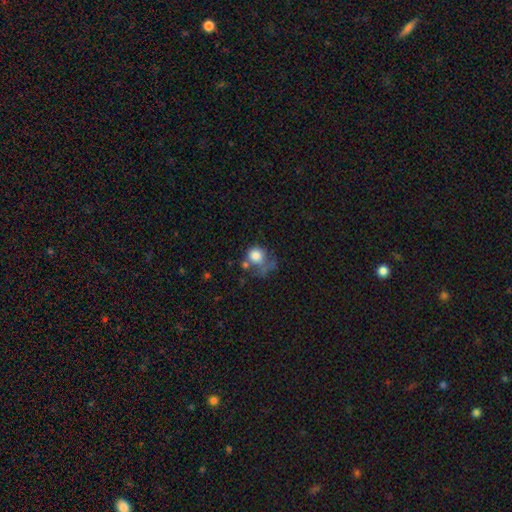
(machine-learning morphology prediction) Smooth or featured? smooth (77%)
How rounded? round (80%)
Merging? none (32%)